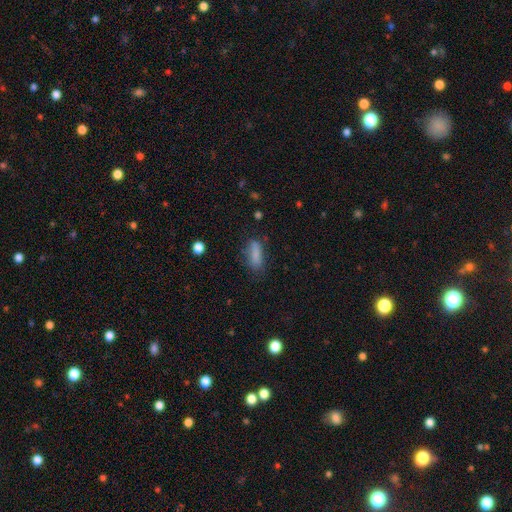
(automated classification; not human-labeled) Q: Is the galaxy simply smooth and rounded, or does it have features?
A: smooth — 82%.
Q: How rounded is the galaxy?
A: in between — 69%.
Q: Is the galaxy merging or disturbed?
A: none — 66%.